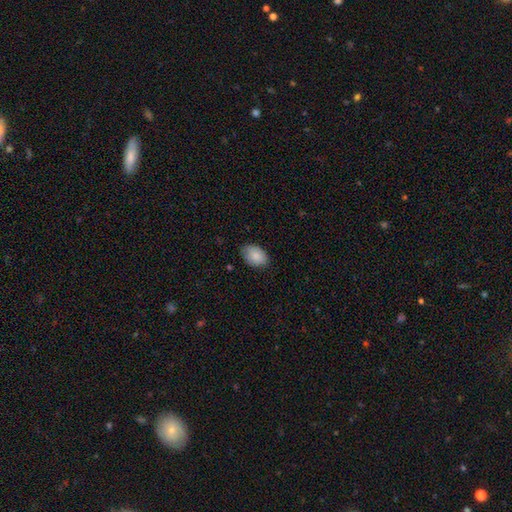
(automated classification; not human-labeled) This appears to be a smooth galaxy with no disk features (86%) that is in between round and cigar-shaped (86%). Merging: none (76%).